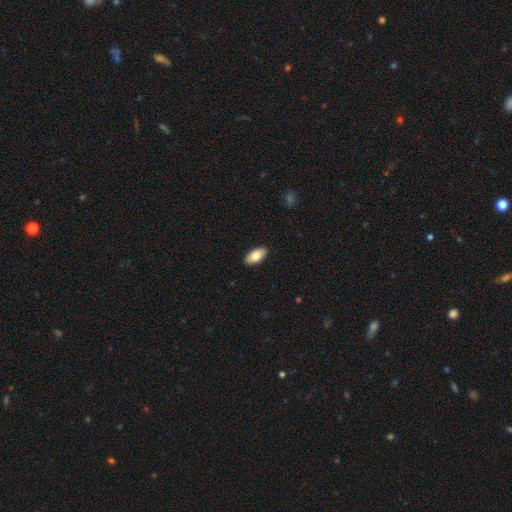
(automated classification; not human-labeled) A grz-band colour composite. It shows a smooth galaxy with no disk features (82%) that is in between round and cigar-shaped (93%). Merging: none (90%).